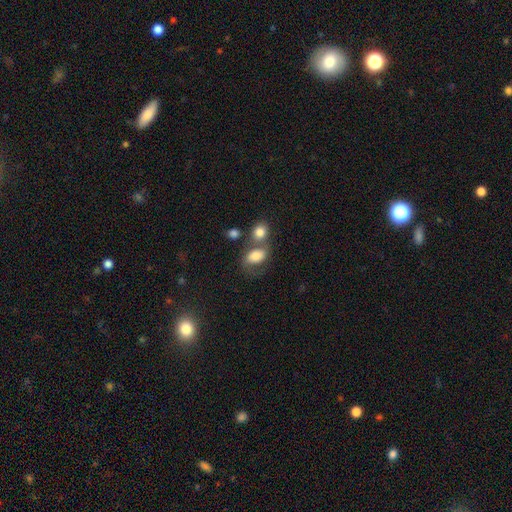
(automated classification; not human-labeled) smooth_or_featured: smooth (p=0.70) [alt: featured or disk p=0.21]
how_rounded: in between (p=0.79) [alt: round p=0.19]
merging: merger (p=0.42) [alt: none p=0.32]